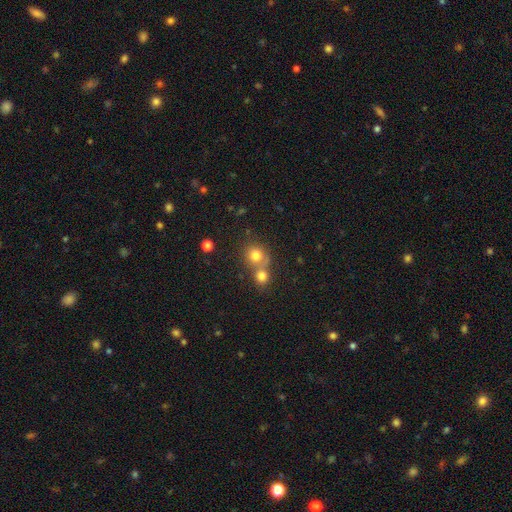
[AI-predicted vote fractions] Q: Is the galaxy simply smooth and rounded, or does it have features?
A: smooth — 78%.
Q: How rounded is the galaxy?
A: round — 84%.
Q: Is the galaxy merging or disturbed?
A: none — 45%.